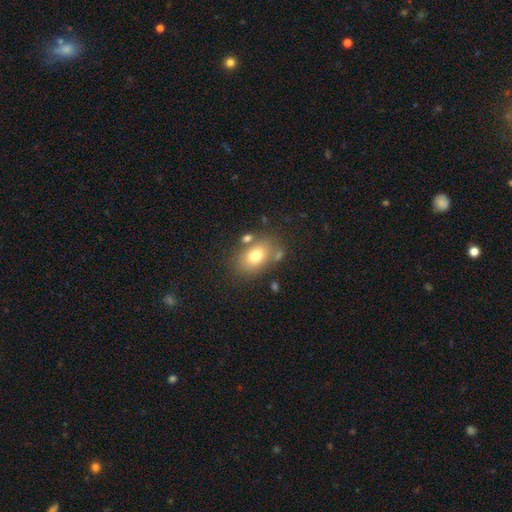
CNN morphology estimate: Smooth or featured? Predicted: smooth (p=0.74). How rounded? Predicted: in between (p=0.78). Merging? Predicted: none (p=0.70).